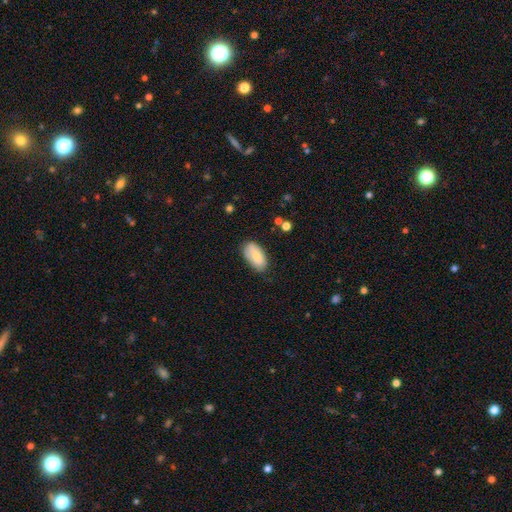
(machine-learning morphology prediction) A smooth galaxy with no disk features (79%) that is in between round and cigar-shaped (94%).

Vote fractions:
- Smooth or featured? smooth: 79% / featured or disk: 14% / star or artifact: 7%
- How rounded? in between: 94% / cigar-shaped: 4% / round: 3%
- Merging? none: 74% / minor disturbance: 21% / major disturbance: 4% / merger: 2%